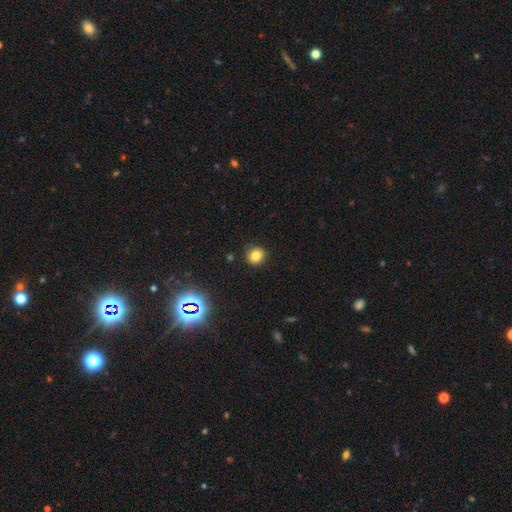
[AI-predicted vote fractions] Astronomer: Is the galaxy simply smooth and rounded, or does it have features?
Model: smooth — 81%.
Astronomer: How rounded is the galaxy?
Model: round — 84%.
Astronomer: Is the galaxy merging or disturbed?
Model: none — 87%.